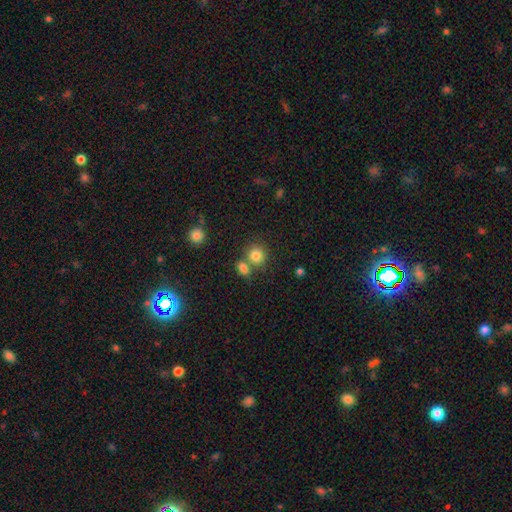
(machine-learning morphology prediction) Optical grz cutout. It shows a smooth galaxy with no disk features (82%) that is round (81%). Merging: none (58%).